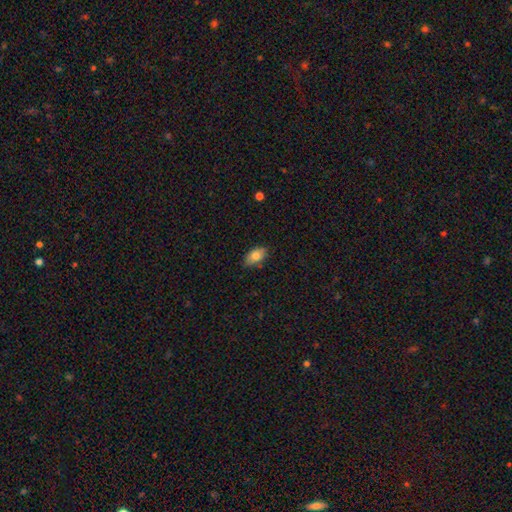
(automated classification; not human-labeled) Morphology: type=smooth (81%); roundness=in between (91%); merging=none (82%).